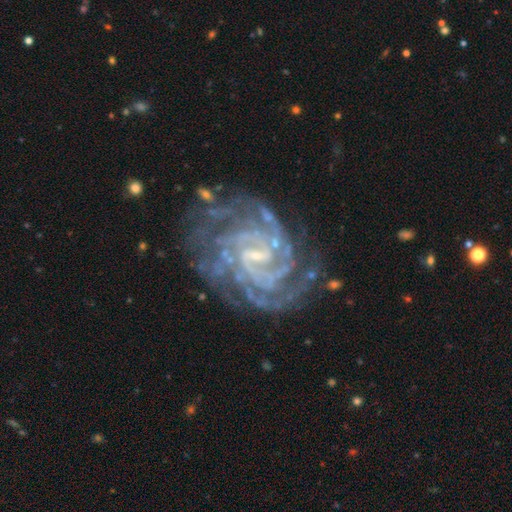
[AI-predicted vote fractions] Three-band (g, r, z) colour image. It shows a featured or disk galaxy (91%) with a weak bar (53%), 4 (23%) tight (71%) spiral arms (98%) and a small central bulge (69%). Merging: none (72%).